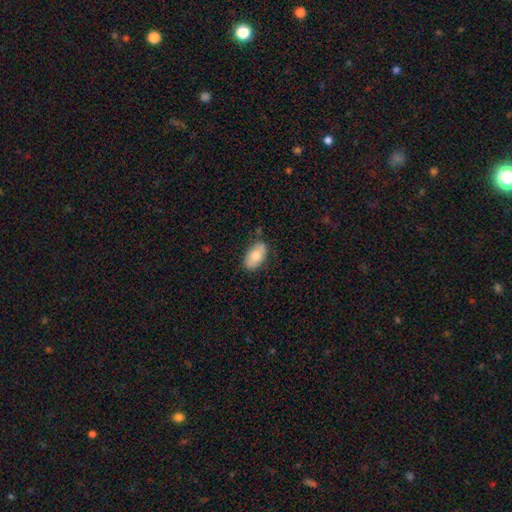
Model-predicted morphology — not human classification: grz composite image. It shows a smooth galaxy with no disk features (72%) that is in between round and cigar-shaped (93%). Merging: none (78%).